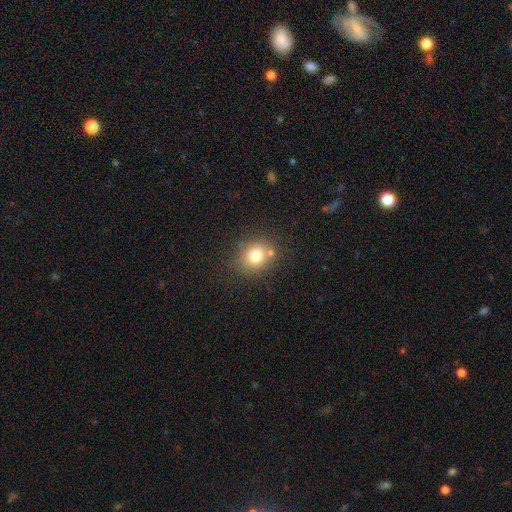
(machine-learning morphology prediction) smooth-or-featured: smooth: 76% | star or artifact: 13% | featured or disk: 11%
  how-rounded: round: 73% | in between: 26% | cigar-shaped: 1%
  merging: none: 71% | merger: 13% | minor disturbance: 12% | major disturbance: 4%